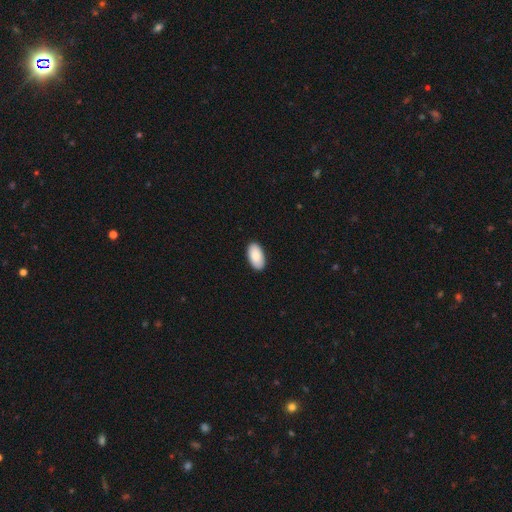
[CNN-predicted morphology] smooth 90%, star or artifact 6%, featured or disk 5%. Down the decision tree: how rounded — in between (96%); merging — none (90%).